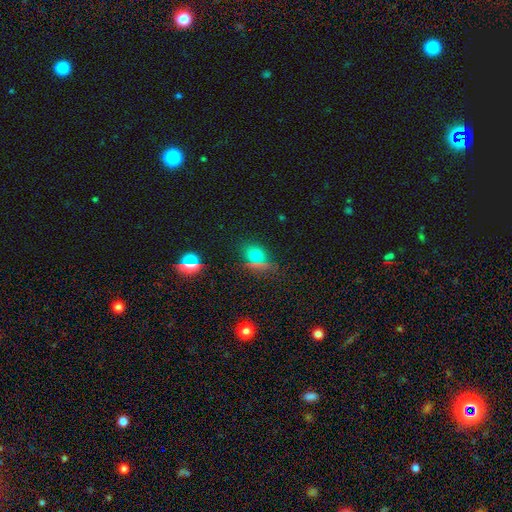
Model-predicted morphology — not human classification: Smooth or featured? smooth (63%)
How rounded? round (52%)
Merging? none (78%)